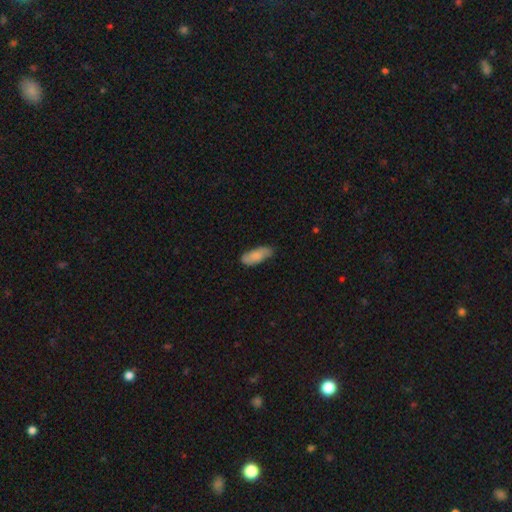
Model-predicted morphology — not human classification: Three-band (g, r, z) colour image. It shows a smooth galaxy with no disk features (78%) that is in between round and cigar-shaped (78%). Merging: none (74%).